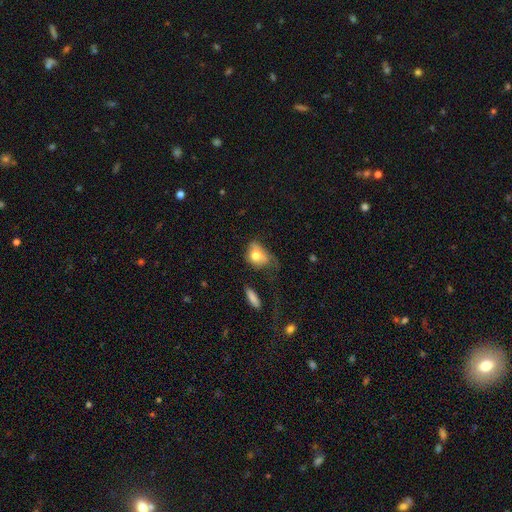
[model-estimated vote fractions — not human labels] Q: Smooth or featured?
A: smooth (72%); runner-up: featured or disk (19%)
Q: How rounded?
A: in between (70%); runner-up: round (28%)
Q: Merging?
A: major disturbance (41%); runner-up: minor disturbance (31%)